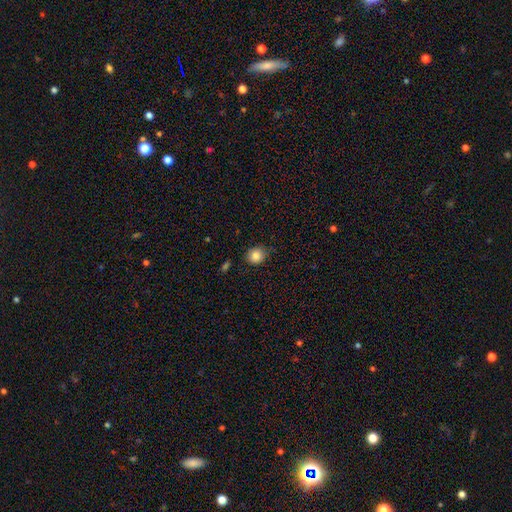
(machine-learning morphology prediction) Overall: smooth (84%). How rounded: round (80%). Merging: none (82%).